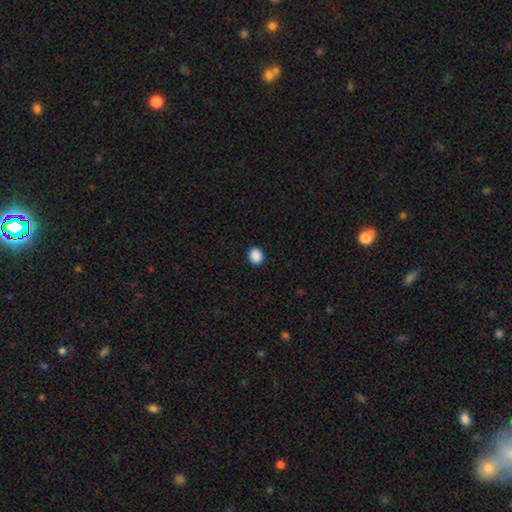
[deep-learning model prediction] A smooth galaxy with no disk features (89%) that is round (60%).

Vote fractions:
- Smooth or featured? smooth: 89% / star or artifact: 9% / featured or disk: 2%
- How rounded? round: 60% / in between: 39% / cigar-shaped: 1%
- Merging? none: 91% / minor disturbance: 6% / major disturbance: 2% / merger: 1%